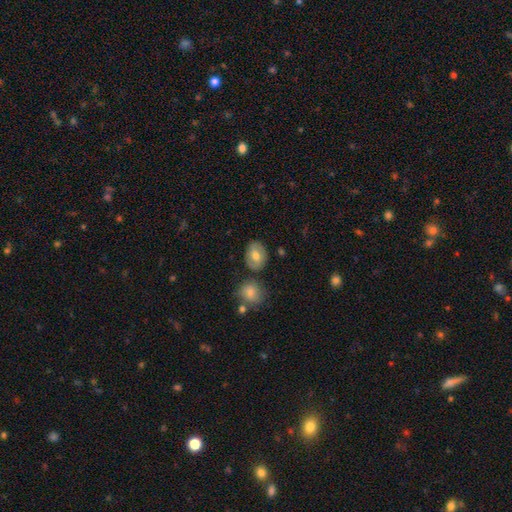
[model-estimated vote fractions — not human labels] smooth_or_featured: smooth (p=0.67) [alt: featured or disk p=0.26]
how_rounded: in between (p=0.65) [alt: round p=0.34]
merging: none (p=0.77) [alt: minor disturbance p=0.13]